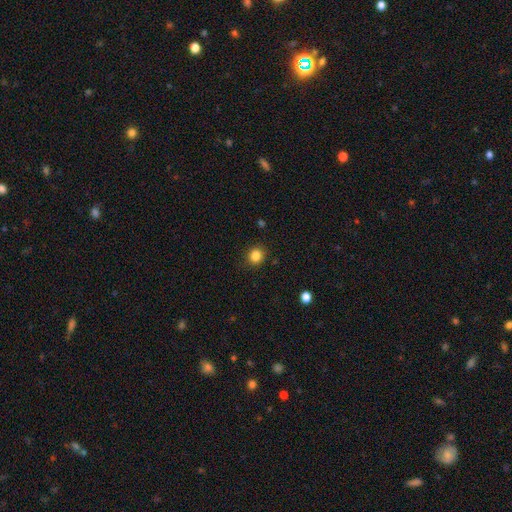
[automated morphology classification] Smooth or featured? Predicted: smooth (p=0.84). How rounded? Predicted: round (p=0.84). Merging? Predicted: none (p=0.89).